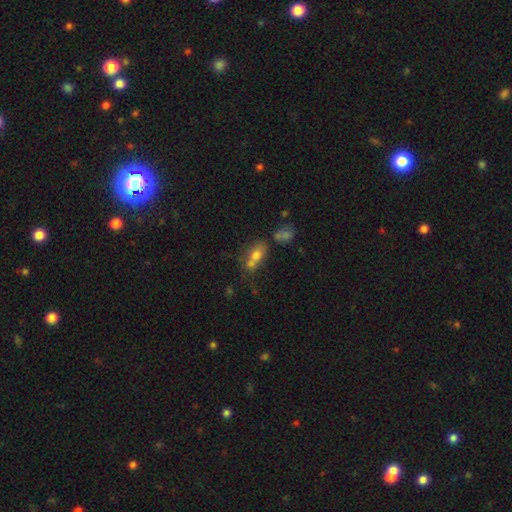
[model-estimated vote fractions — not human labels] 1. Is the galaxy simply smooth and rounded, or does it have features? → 68% smooth, 19% featured or disk, 14% star or artifact.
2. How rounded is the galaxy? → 68% in between, 27% round, 6% cigar-shaped.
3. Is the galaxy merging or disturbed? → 45% merger, 34% none, 13% minor disturbance, 7% major disturbance.